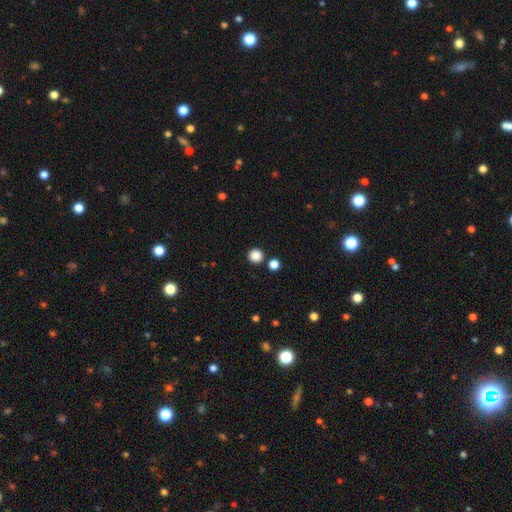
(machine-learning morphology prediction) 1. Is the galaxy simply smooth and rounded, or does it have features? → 86% smooth, 11% star or artifact, 3% featured or disk.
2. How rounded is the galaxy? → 94% round, 5% in between, 1% cigar-shaped.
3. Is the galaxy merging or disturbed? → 87% none, 6% merger, 5% minor disturbance, 2% major disturbance.